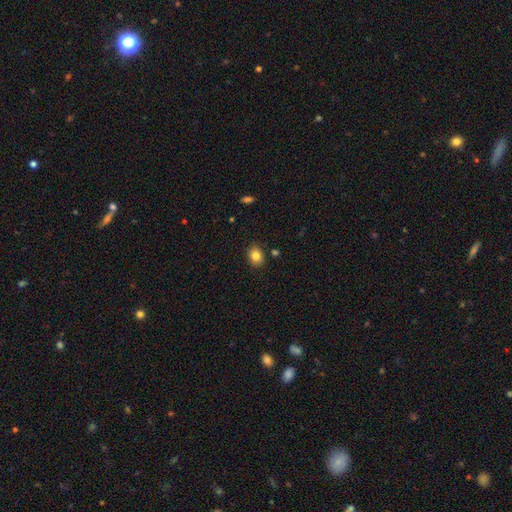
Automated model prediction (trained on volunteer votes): Q: Smooth or featured?
A: smooth (83%); runner-up: star or artifact (10%)
Q: How rounded?
A: in between (58%); runner-up: round (41%)
Q: Merging?
A: none (86%); runner-up: minor disturbance (9%)